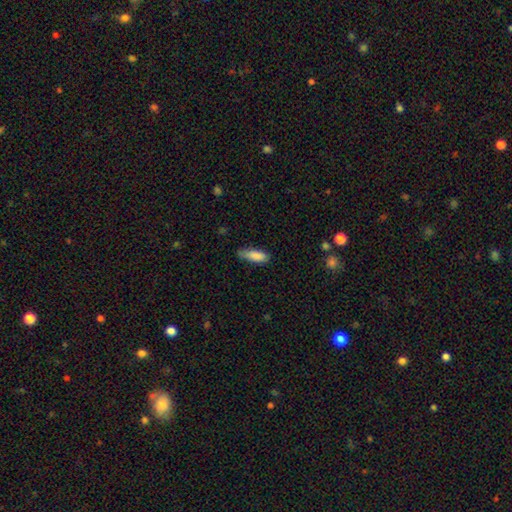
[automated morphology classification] Q: Smooth or featured?
A: smooth (87%); runner-up: star or artifact (7%)
Q: How rounded?
A: in between (57%); runner-up: cigar-shaped (41%)
Q: Merging?
A: none (62%); runner-up: minor disturbance (30%)